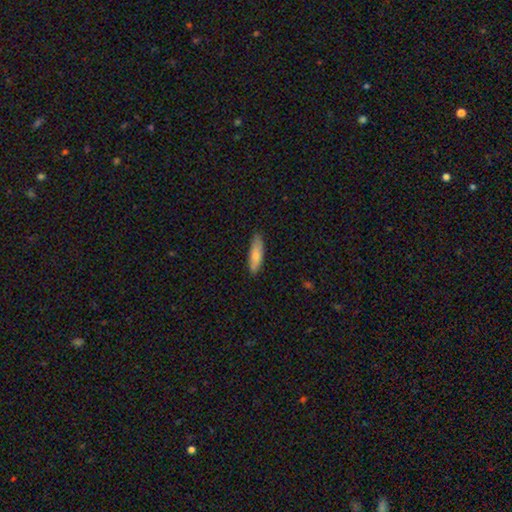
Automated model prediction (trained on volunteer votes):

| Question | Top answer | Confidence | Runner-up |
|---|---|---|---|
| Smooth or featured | smooth | 79% | featured or disk (16%) |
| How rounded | in between | 49% | tied: cigar-shaped (49%) |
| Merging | none | 81% | minor disturbance (15%) |